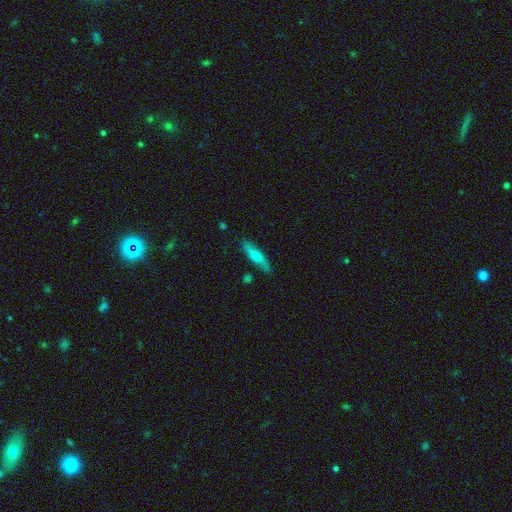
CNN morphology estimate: type=smooth (58%); roundness=cigar-shaped (78%); merging=none (84%).